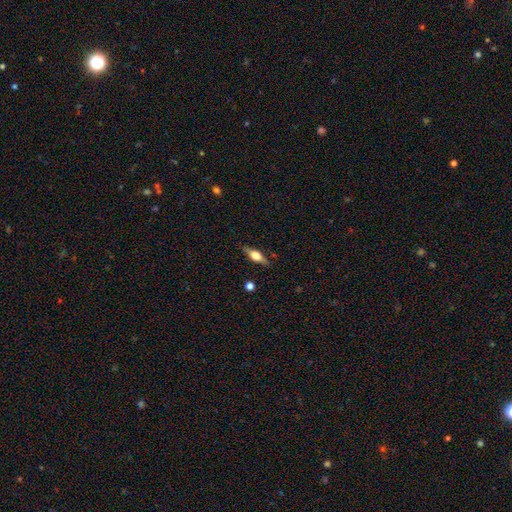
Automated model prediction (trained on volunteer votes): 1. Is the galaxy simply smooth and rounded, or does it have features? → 53% featured or disk, 40% smooth, 7% star or artifact.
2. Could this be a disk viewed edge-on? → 93% yes, 7% no.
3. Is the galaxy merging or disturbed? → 86% none, 10% minor disturbance, 2% major disturbance, 2% merger.